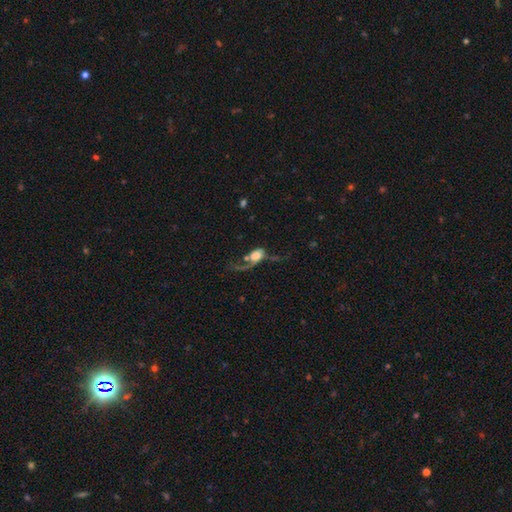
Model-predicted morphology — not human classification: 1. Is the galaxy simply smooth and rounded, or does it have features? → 45% featured or disk, 44% smooth, 11% star or artifact.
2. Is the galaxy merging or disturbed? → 53% major disturbance, 18% merger, 18% none, 11% minor disturbance.